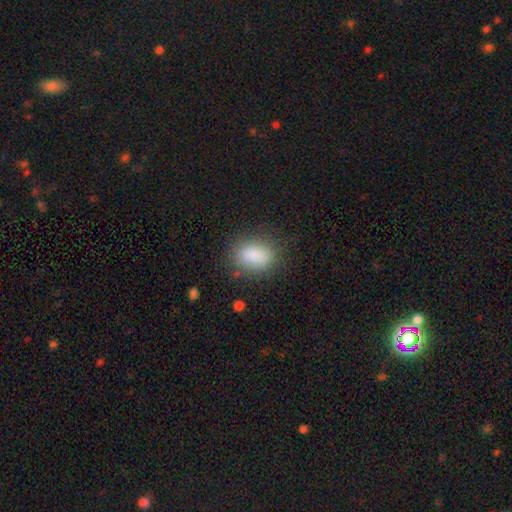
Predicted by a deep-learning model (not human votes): Overall: smooth (85%). How rounded: in between (75%). Merging: none (76%).